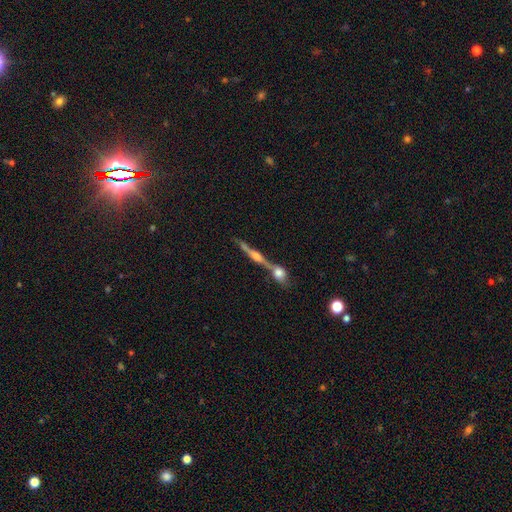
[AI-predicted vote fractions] Smooth or featured? featured or disk (72%)
Edge-on disk? yes (93%)
Edge-on bulge? rounded (83%)
Merging? none (48%)